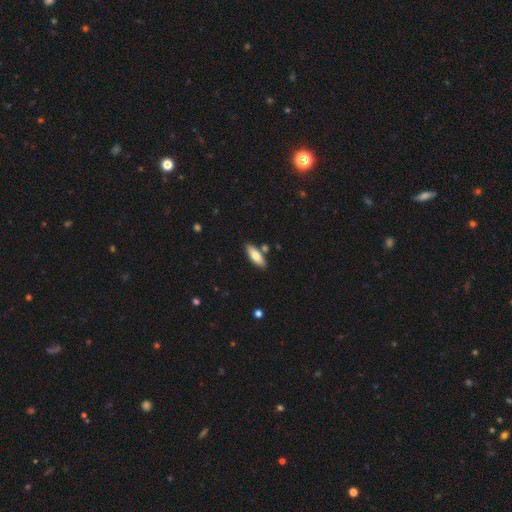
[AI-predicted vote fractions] Smooth or featured? Predicted: smooth (p=0.72). How rounded? Predicted: in between (p=0.63). Merging? Predicted: none (p=0.82).